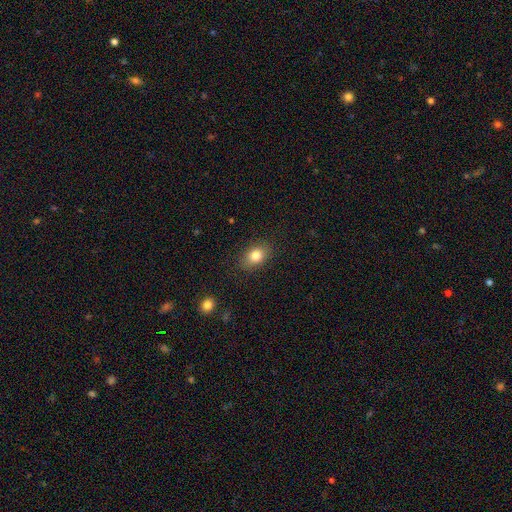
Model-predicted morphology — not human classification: Smooth or featured? smooth (83%)
How rounded? in between (76%)
Merging? none (85%)